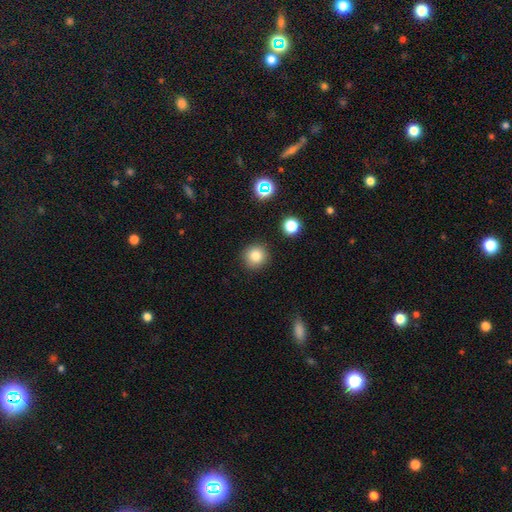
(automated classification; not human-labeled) Smooth or featured? Predicted: smooth (p=0.82). How rounded? Predicted: round (p=0.93). Merging? Predicted: none (p=0.89).